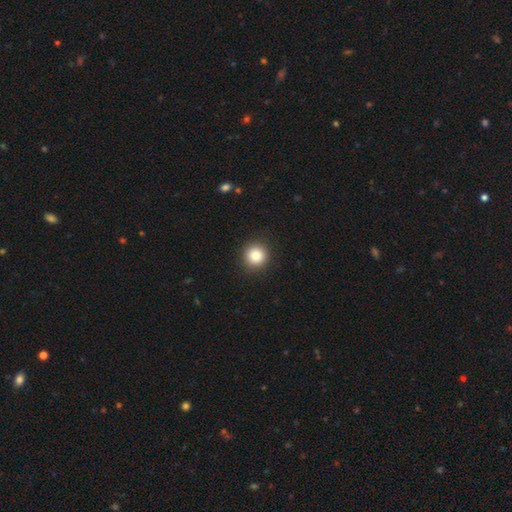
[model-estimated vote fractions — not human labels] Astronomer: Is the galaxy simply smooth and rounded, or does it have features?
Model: smooth — 82%.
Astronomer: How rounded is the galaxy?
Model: round — 95%.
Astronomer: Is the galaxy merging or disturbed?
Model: none — 92%.